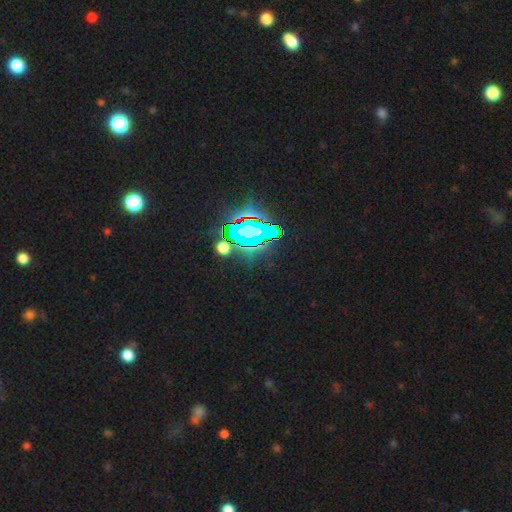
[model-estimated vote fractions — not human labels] Smooth or featured? star or artifact (81%)